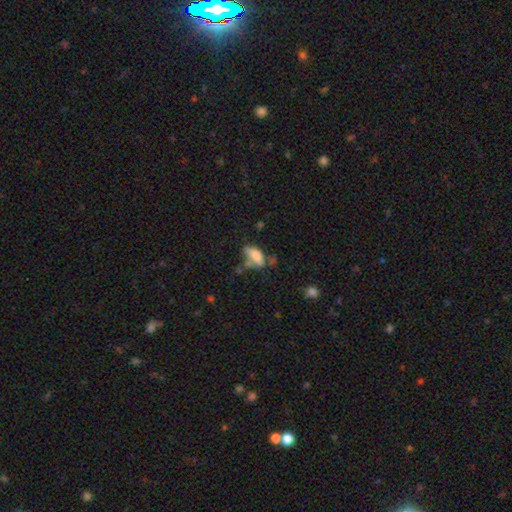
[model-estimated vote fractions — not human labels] A smooth galaxy with no disk features (75%) that is in between round and cigar-shaped (80%). Merging: none (42%).